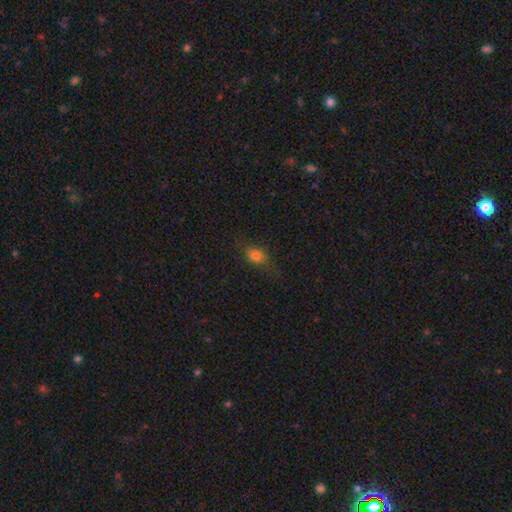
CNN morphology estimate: smooth 74%, star or artifact 14%, featured or disk 13%. Down the decision tree: how rounded — in between (65%); merging — none (65%).